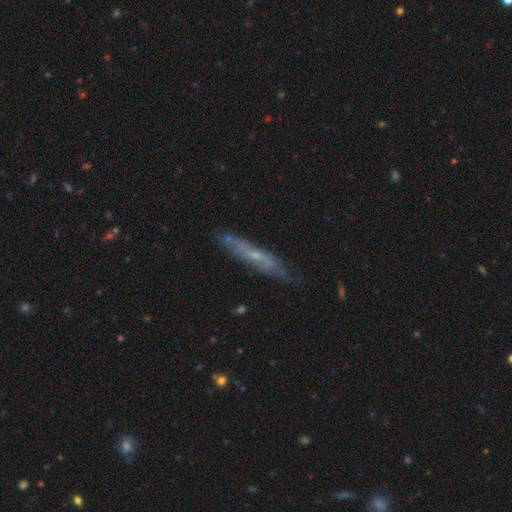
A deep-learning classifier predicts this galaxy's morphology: Smooth or featured: featured or disk — 57% (smooth — 35%)
Edge-on disk: yes — 63% (no — 37%)
Merging: none — 70% (minor disturbance — 21%)